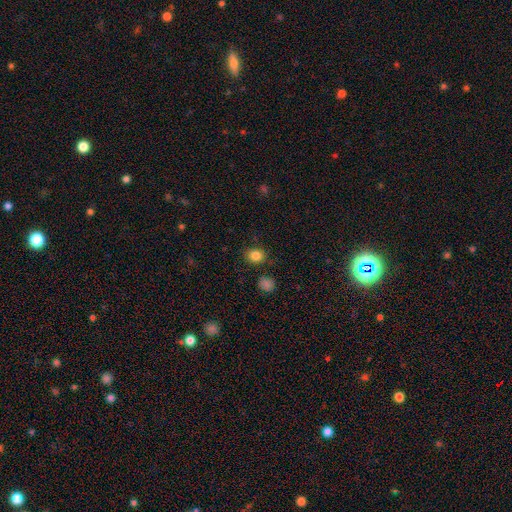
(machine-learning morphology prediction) Overall: smooth (84%). How rounded: round (68%; in between 32%). Merging: none (83%).